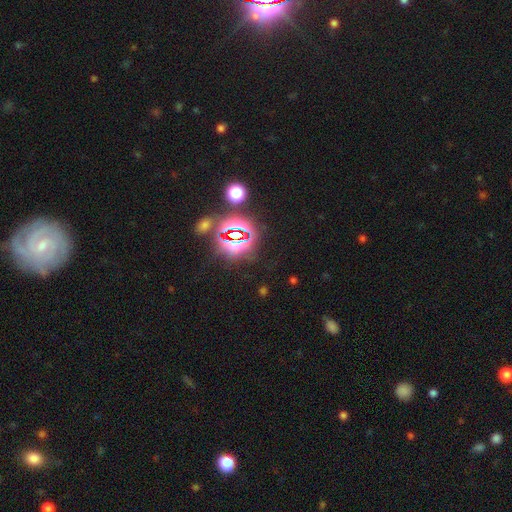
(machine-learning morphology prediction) This appears to be a star or artifact, not a galaxy (74%).